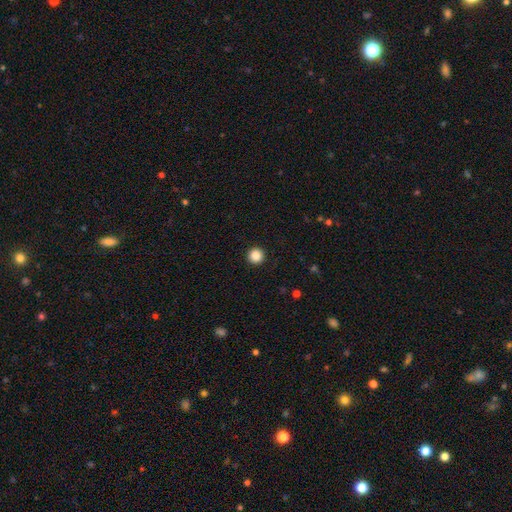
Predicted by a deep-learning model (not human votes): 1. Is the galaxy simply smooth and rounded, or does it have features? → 88% smooth, 10% star or artifact, 3% featured or disk.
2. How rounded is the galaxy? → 96% round, 3% in between, 1% cigar-shaped.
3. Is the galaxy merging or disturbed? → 93% none, 4% minor disturbance, 2% major disturbance, 1% merger.